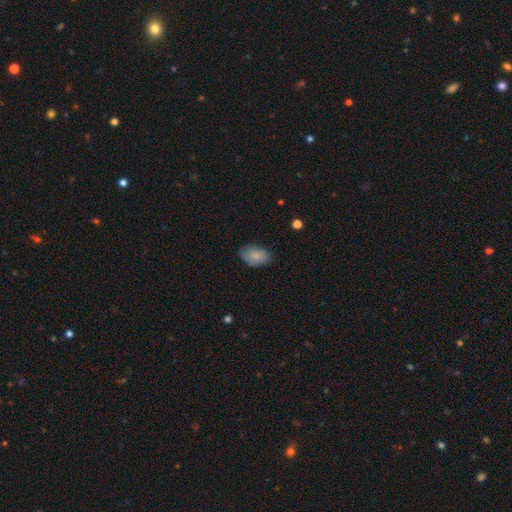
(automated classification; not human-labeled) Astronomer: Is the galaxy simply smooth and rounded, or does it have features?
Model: smooth — 85%.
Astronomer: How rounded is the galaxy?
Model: in between — 87%.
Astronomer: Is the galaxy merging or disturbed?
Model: none — 77%.